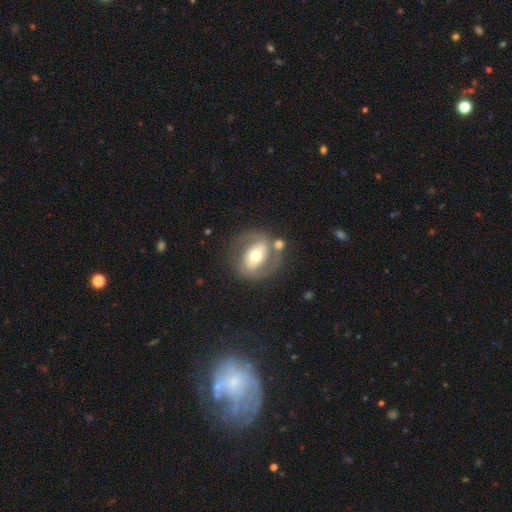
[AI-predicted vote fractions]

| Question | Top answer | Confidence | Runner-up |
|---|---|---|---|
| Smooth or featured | featured or disk | 59% | smooth (35%) |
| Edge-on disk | no | 94% | yes (6%) |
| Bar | no | 43% | strong (30%) |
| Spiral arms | no | 63% | yes (37%) |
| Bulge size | moderate | 70% | large (15%) |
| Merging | none | 62% | minor disturbance (15%) |